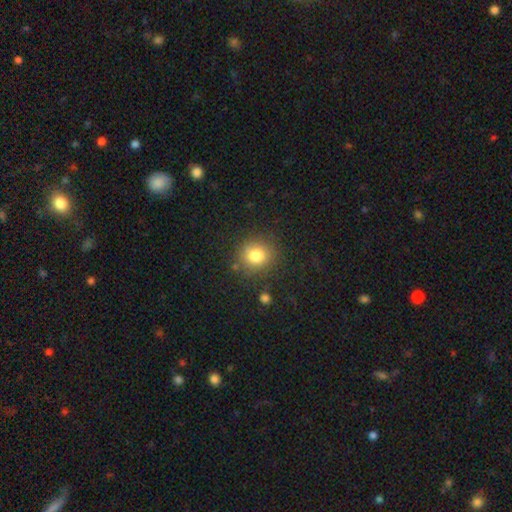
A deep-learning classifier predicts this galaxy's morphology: Smooth or featured?
  - smooth: 80% *
  - star or artifact: 12%
  - featured or disk: 8%
How rounded?
  - round: 85% *
  - in between: 14%
  - cigar-shaped: 1%
Merging?
  - none: 83% *
  - minor disturbance: 10%
  - major disturbance: 4%
  - merger: 3%